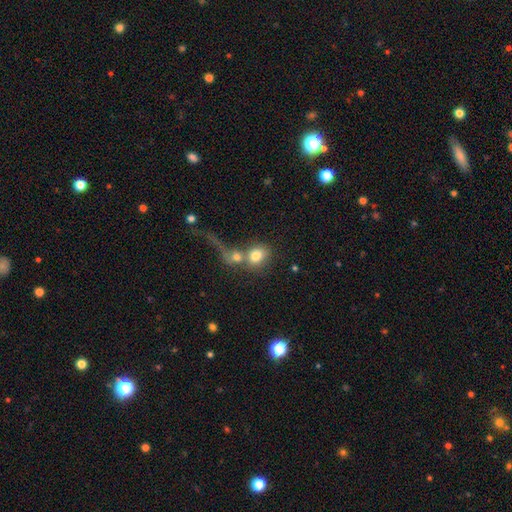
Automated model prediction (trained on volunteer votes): This appears to be a smooth galaxy with no disk features (74%) that is in between round and cigar-shaped (50%). Merging: merger (57%).